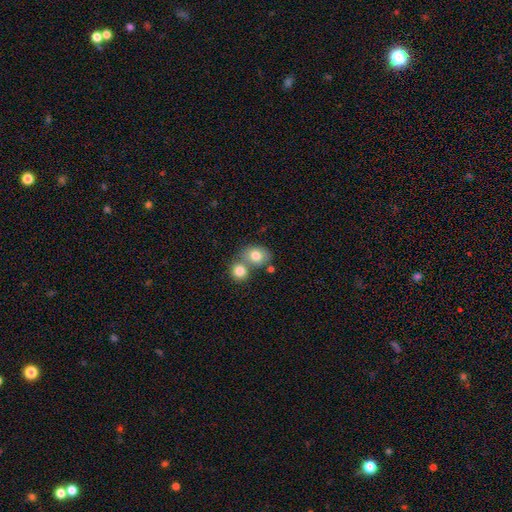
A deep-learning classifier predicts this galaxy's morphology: This is likely a smooth galaxy (79%). How rounded: possibly round (56%). Merging: possibly merger (50%).